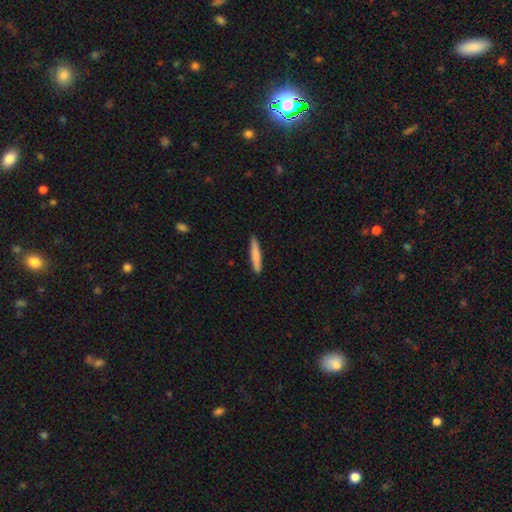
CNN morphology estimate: A smooth galaxy with no disk features (81%) that is cigar-shaped (92%). Merging: none (90%).